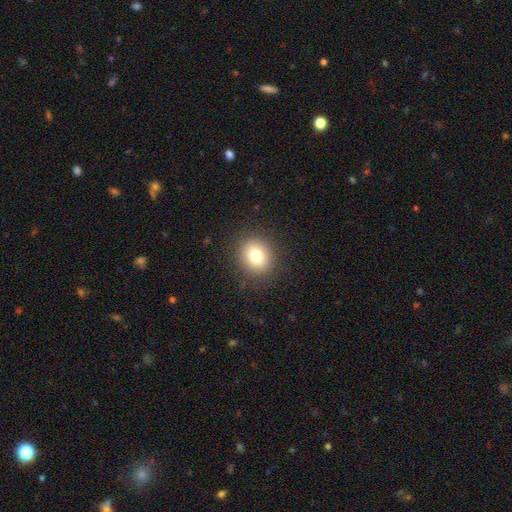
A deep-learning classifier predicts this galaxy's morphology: Smooth or featured? Predicted: smooth (p=0.79). How rounded? Predicted: round (p=0.70). Merging? Predicted: none (p=0.88).